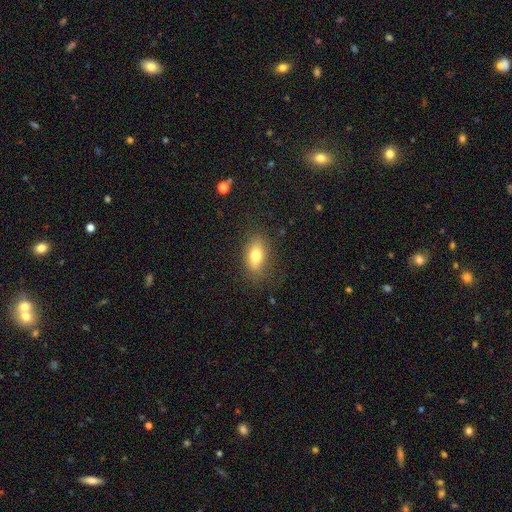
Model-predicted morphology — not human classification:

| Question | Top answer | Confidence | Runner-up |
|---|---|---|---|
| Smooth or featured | smooth | 76% | featured or disk (15%) |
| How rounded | in between | 84% | cigar-shaped (8%) |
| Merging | none | 81% | minor disturbance (14%) |